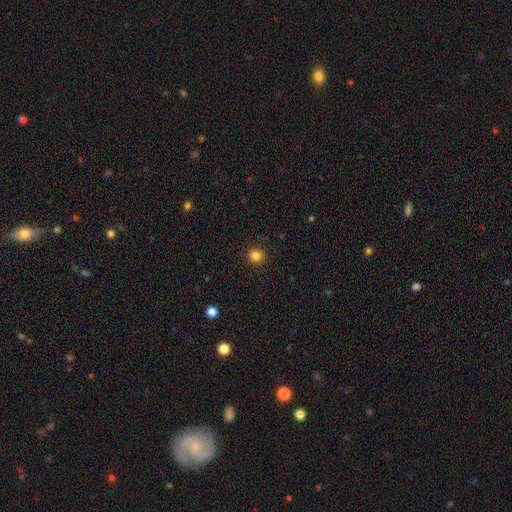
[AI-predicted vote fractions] A smooth galaxy with no disk features (83%) that is round (93%).

Vote fractions:
- Smooth or featured? smooth: 83% / star or artifact: 13% / featured or disk: 4%
- How rounded? round: 93% / in between: 6% / cigar-shaped: 1%
- Merging? none: 92% / minor disturbance: 5% / major disturbance: 2% / merger: 1%